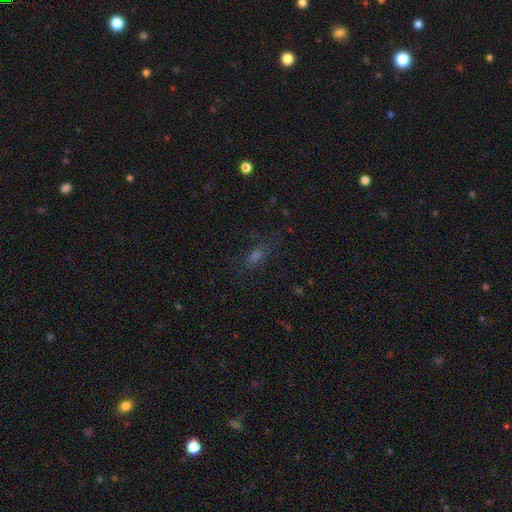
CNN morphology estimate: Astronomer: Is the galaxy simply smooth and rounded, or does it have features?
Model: smooth — 45% (runner-up: star or artifact, 34%).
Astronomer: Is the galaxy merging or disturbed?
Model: none — 69%.